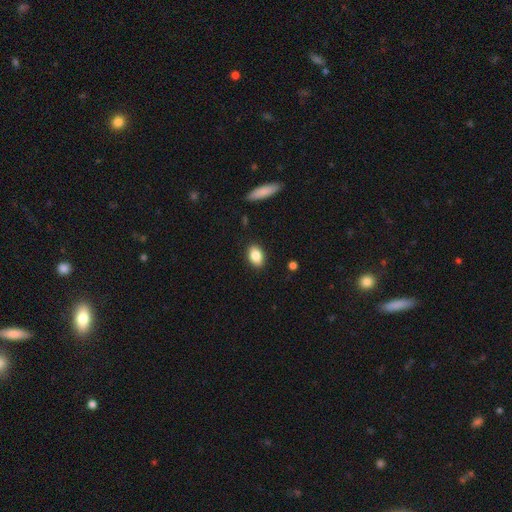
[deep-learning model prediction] Smooth or featured? smooth (85%)
How rounded? in between (85%)
Merging? none (88%)